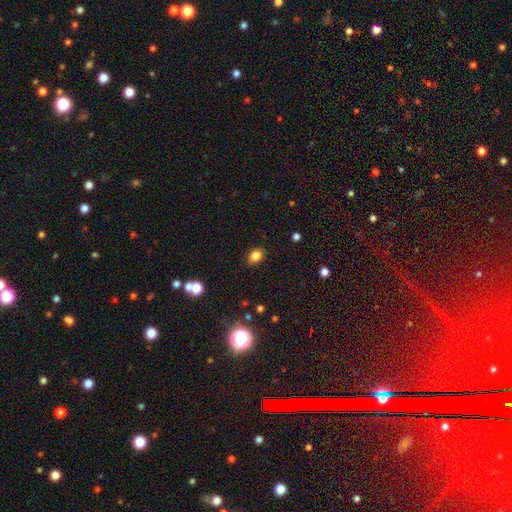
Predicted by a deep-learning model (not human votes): Smooth or featured: smooth — 83% (star or artifact — 11%)
How rounded: in between — 62% (round — 37%)
Merging: none — 88% (minor disturbance — 9%)